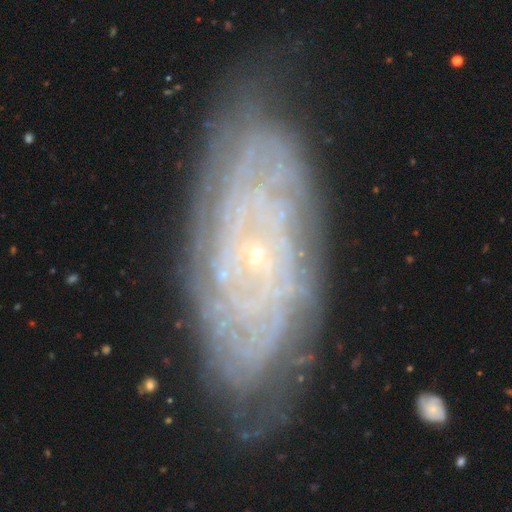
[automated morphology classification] smooth-or-featured: featured or disk: 86% | smooth: 8% | star or artifact: 7%
  disk-edge-on: no: 93% | yes: 7%
    bar: no: 77% | weak: 17% | strong: 6%
    has-spiral-arms: yes: 96% | no: 4%
      spiral-winding: tight: 85% | medium: 12% | loose: 3%
      spiral-arm-count: can't tell: 36% | more than 4: 19% | 4: 16% | 2: 11% | 3: 10% | 1: 7%
    bulge-size: small: 88% | moderate: 8% | none: 2% | large: 1% | dominant: 1%
  merging: none: 79% | minor disturbance: 16% | major disturbance: 4% | merger: 2%